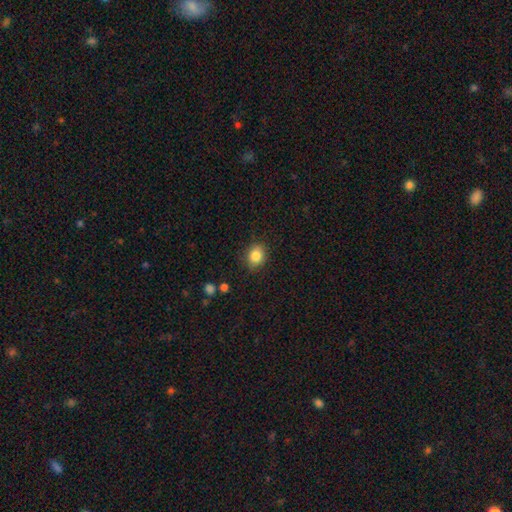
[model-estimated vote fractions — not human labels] Morphology: type=smooth (84%); roundness=round (60%); merging=none (83%).